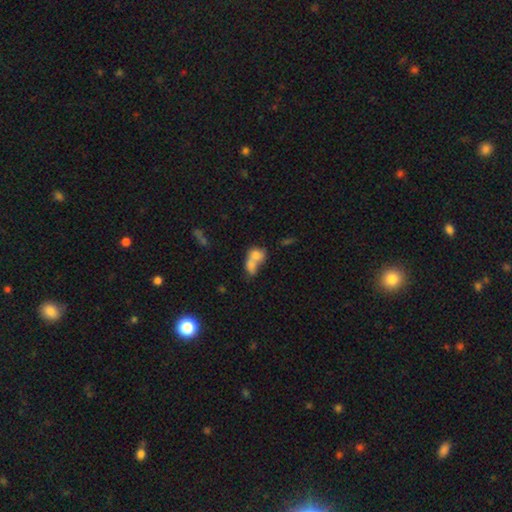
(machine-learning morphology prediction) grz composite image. It shows a smooth galaxy with no disk features (72%) that is in between round and cigar-shaped (55%). Merging: merger (73%).